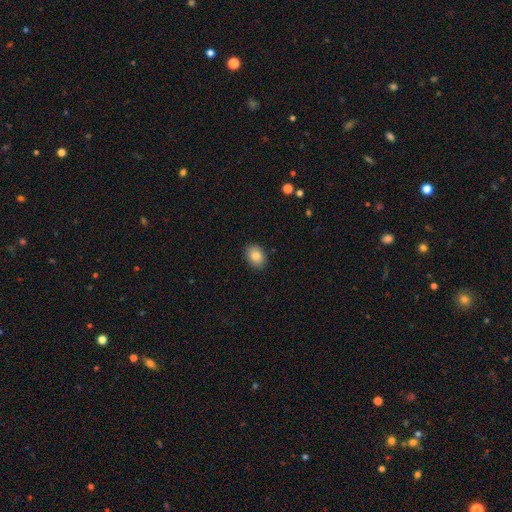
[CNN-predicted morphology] This is clearly a smooth galaxy (84%). How rounded: likely in between (73%). Merging: clearly none (89%).